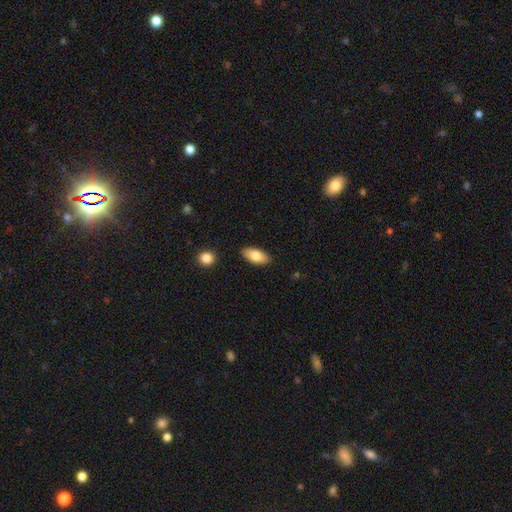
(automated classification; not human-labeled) Smooth or featured?
  - smooth: 78% *
  - featured or disk: 15%
  - star or artifact: 6%
How rounded?
  - in between: 90% *
  - cigar-shaped: 8%
  - round: 3%
Merging?
  - none: 88% *
  - minor disturbance: 9%
  - major disturbance: 2%
  - merger: 2%